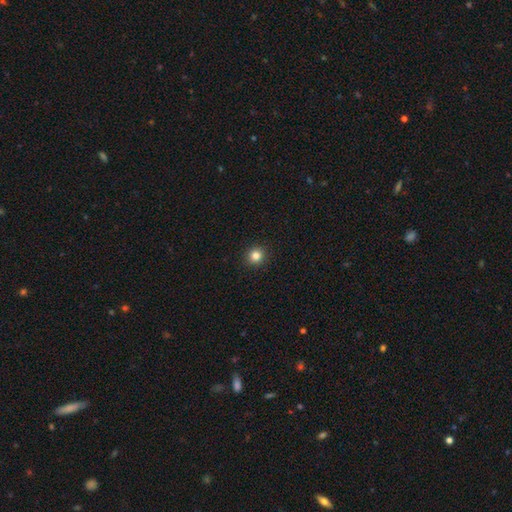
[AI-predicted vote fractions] smooth-or-featured: smooth: 83% | star or artifact: 12% | featured or disk: 5%
  how-rounded: round: 91% | in between: 8% | cigar-shaped: 1%
  merging: none: 92% | minor disturbance: 5% | major disturbance: 2% | merger: 1%